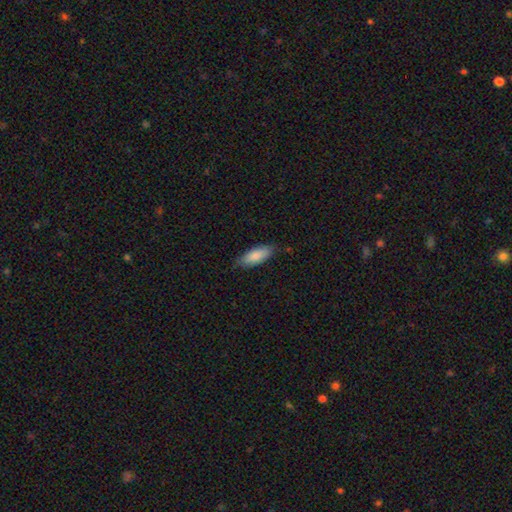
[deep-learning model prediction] smooth_or_featured: smooth (p=0.85) [alt: featured or disk p=0.09]
how_rounded: in between (p=0.73) [alt: cigar-shaped p=0.25]
merging: none (p=0.77) [alt: minor disturbance p=0.19]